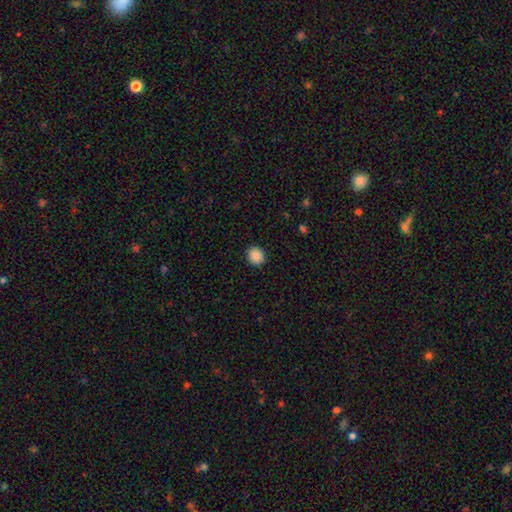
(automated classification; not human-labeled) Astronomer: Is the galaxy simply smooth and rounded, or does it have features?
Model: smooth — 89%.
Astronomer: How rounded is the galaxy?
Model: round — 79%.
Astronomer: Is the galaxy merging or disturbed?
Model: none — 91%.